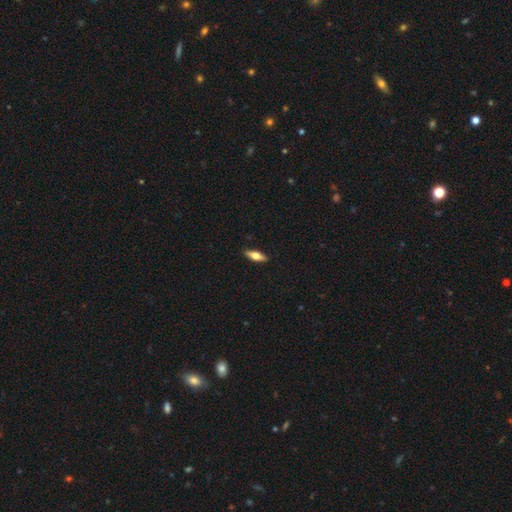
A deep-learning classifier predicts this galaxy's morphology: smooth-or-featured: smooth: 51% | featured or disk: 43% | star or artifact: 6%
  how-rounded: in between: 55% | cigar-shaped: 42% | round: 3%
  merging: none: 90% | minor disturbance: 8% | major disturbance: 2% | merger: 1%